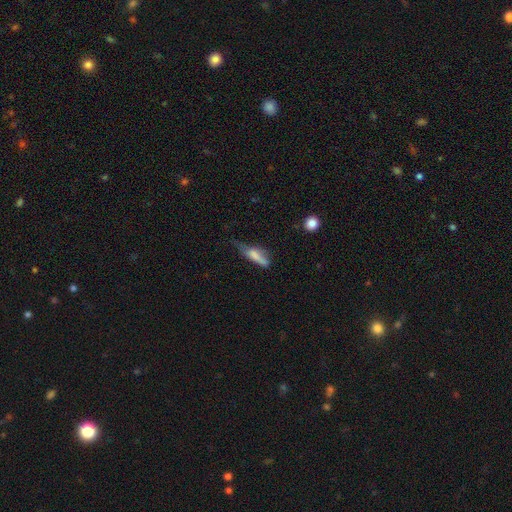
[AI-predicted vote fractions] smooth-or-featured: smooth: 70% | featured or disk: 21% | star or artifact: 8%
  how-rounded: cigar-shaped: 53% | in between: 44% | round: 3%
  merging: minor disturbance: 38% | none: 29% | major disturbance: 28% | merger: 5%